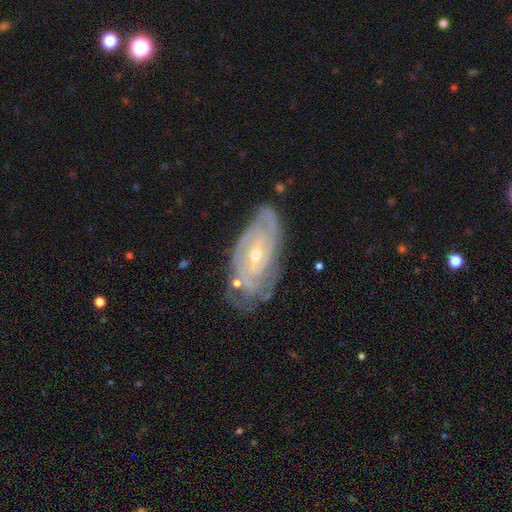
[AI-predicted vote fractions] smooth-or-featured: featured or disk: 86% | smooth: 8% | star or artifact: 5%
  disk-edge-on: no: 94% | yes: 6%
    bar: no: 47% | weak: 40% | strong: 13%
    has-spiral-arms: yes: 94% | no: 6%
      spiral-winding: tight: 73% | medium: 23% | loose: 5%
      spiral-arm-count: can't tell: 37% | 2: 25% | 3: 19% | 4: 9% | 1: 5% | more than 4: 5%
    bulge-size: moderate: 49% | small: 48% | large: 1% | none: 1% | dominant: 1%
  merging: none: 64% | minor disturbance: 24% | major disturbance: 8% | merger: 4%